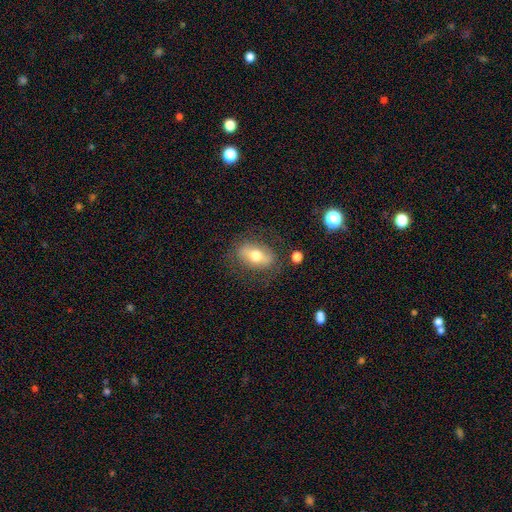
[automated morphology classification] smooth_or_featured: smooth (p=0.52) [alt: featured or disk p=0.39]
how_rounded: in between (p=0.82) [alt: round p=0.13]
merging: none (p=0.76) [alt: minor disturbance p=0.14]